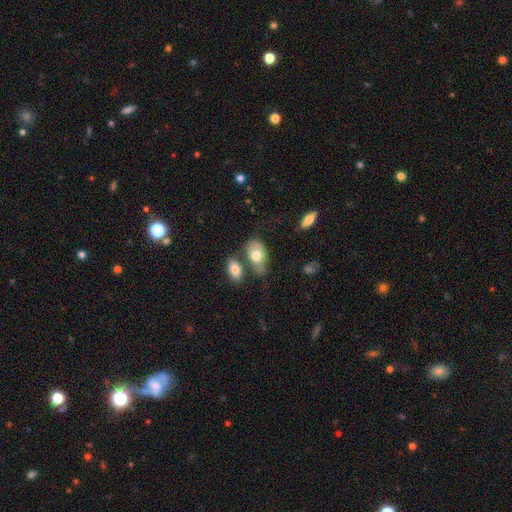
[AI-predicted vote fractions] Smooth or featured? Predicted: smooth (p=0.72). How rounded? Predicted: in between (p=0.90). Merging? Predicted: none (p=0.36).